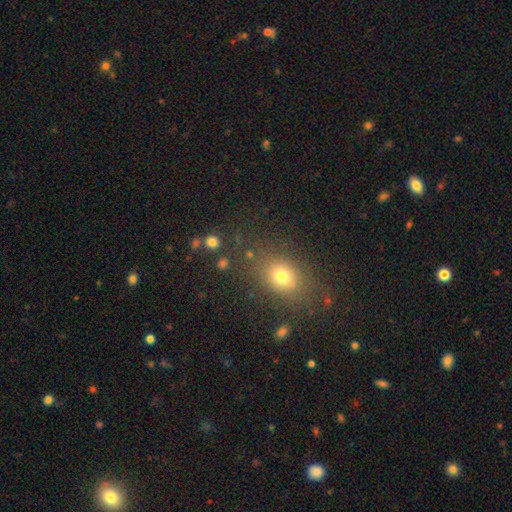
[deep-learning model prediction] The model was most divided on "how rounded": in between: 56%, round: 42%, cigar-shaped: 2%. More confident: merging — none (82%); smooth or featured — smooth (68%).